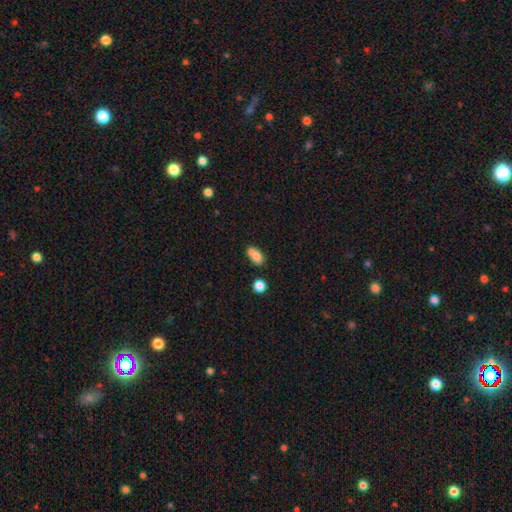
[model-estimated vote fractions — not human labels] This is likely a smooth galaxy (75%). How rounded: likely in between (76%). Merging: marginally none (40%).